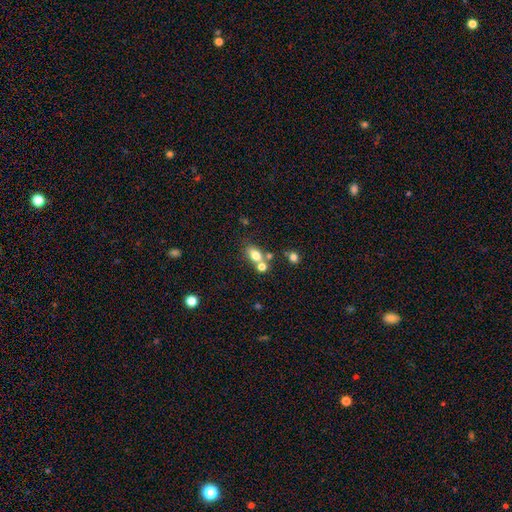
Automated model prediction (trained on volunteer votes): A smooth galaxy with no disk features (75%) that is in between round and cigar-shaped (70%).

Vote fractions:
- Smooth or featured? smooth: 75% / featured or disk: 13% / star or artifact: 12%
- How rounded? in between: 70% / round: 28% / cigar-shaped: 2%
- Merging? none: 47% / merger: 37% / minor disturbance: 11% / major disturbance: 5%